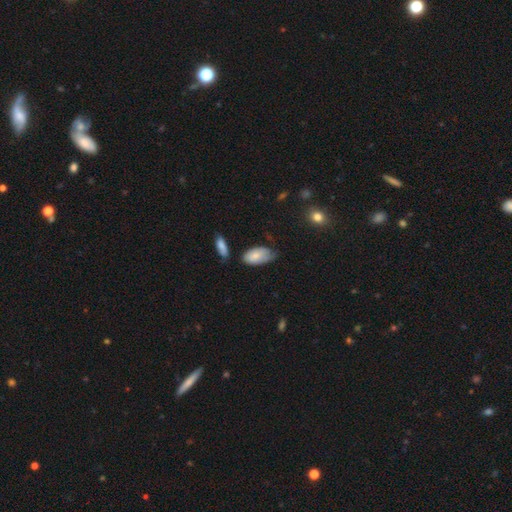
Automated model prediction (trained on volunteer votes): A smooth galaxy with no disk features (75%) that is in between round and cigar-shaped (93%).

Vote fractions:
- Smooth or featured? smooth: 75% / featured or disk: 19% / star or artifact: 7%
- How rounded? in between: 93% / round: 3% / cigar-shaped: 3%
- Merging? minor disturbance: 43% / none: 38% / major disturbance: 14% / merger: 5%